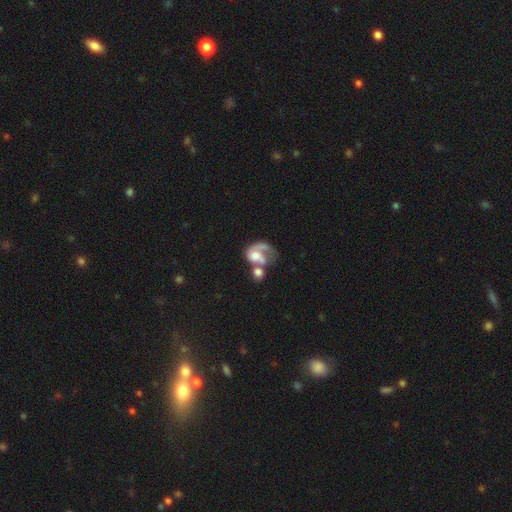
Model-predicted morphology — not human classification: This is likely a featured or disk galaxy (63%). It is clearly not viewed edge-on (98%). Bar: likely no (74%). Spiral arm pattern: likely yes (75%). Central bulge: possibly moderate (51%). Merging: possibly merger (54%).